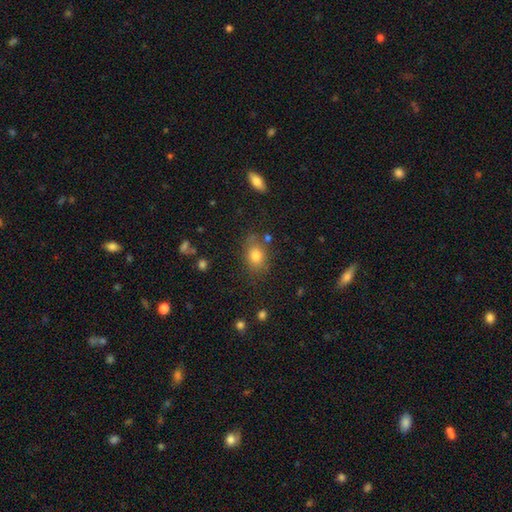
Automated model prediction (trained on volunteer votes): Smooth or featured: smooth — 78% (star or artifact — 12%)
How rounded: in between — 64% (round — 34%)
Merging: none — 75% (minor disturbance — 15%)